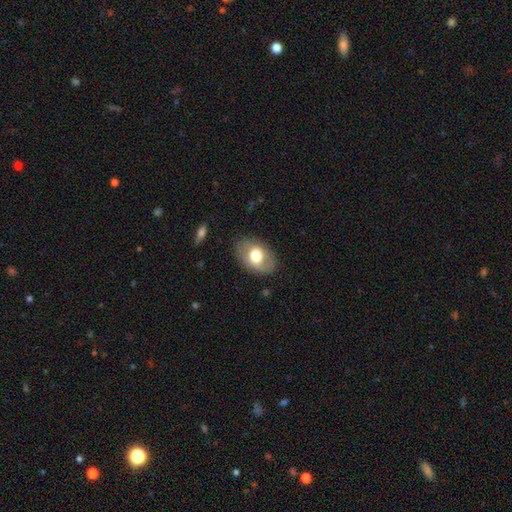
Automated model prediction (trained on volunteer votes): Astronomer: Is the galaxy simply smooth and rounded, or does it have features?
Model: smooth — 62%.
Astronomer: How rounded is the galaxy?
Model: in between — 83%.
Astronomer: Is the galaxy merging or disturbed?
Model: none — 81%.